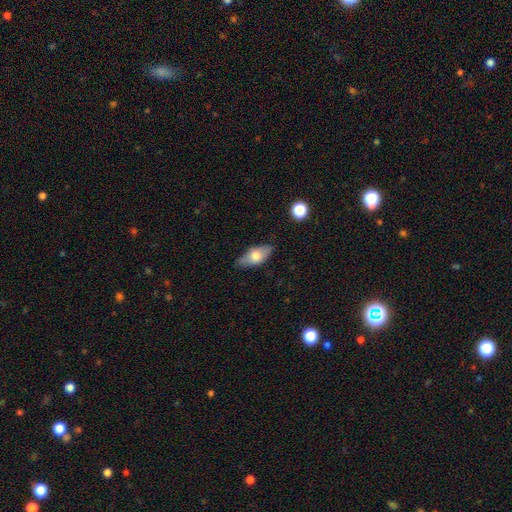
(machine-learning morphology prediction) The model was most divided on "smooth or featured": smooth: 61%, featured or disk: 32%, star or artifact: 7%. More confident: how rounded — in between (84%); merging — none (74%).